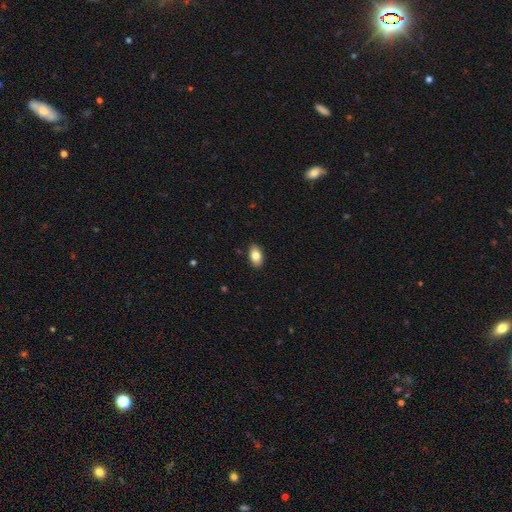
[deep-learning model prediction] A smooth galaxy with no disk features (82%) that is in between round and cigar-shaped (91%). Merging: none (89%).